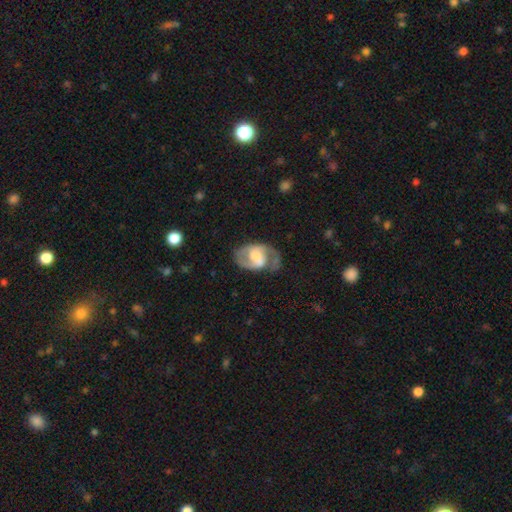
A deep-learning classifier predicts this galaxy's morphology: The model was most divided on "bar": weak: 44%, no: 39%, strong: 17%. Remaining: edge-on disk — no (97%); spiral arms — yes (87%); spiral arm count — 2 (81%); smooth or featured — featured or disk (77%); merging — none (57%); spiral winding — medium (52%); bulge size — moderate (40%).